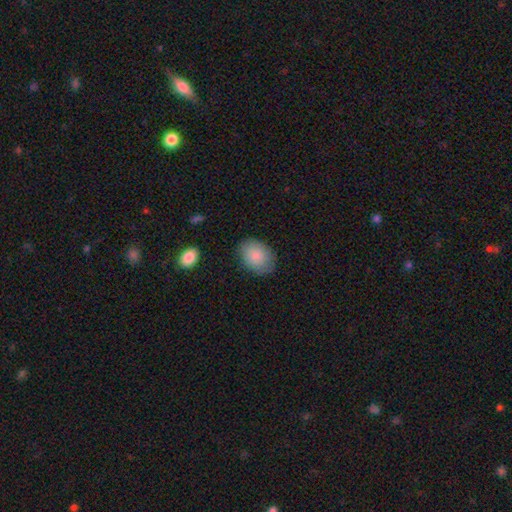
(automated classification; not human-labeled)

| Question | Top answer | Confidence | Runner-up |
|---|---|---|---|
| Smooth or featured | smooth | 87% | featured or disk (7%) |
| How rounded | in between | 75% | round (24%) |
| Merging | none | 82% | minor disturbance (13%) |